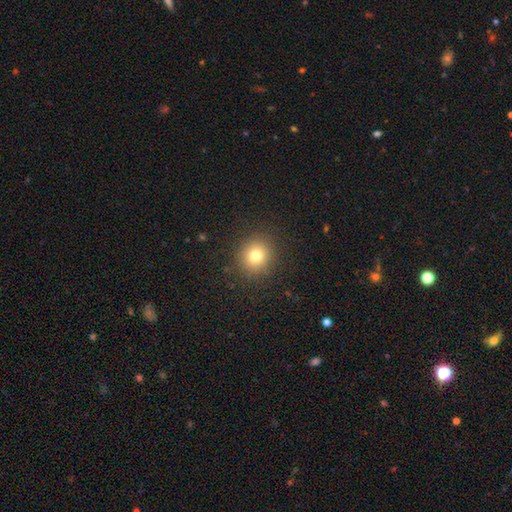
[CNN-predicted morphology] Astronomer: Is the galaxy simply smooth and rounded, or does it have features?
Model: smooth — 77%.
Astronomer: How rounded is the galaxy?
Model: round — 87%.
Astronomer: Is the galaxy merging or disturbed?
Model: none — 89%.